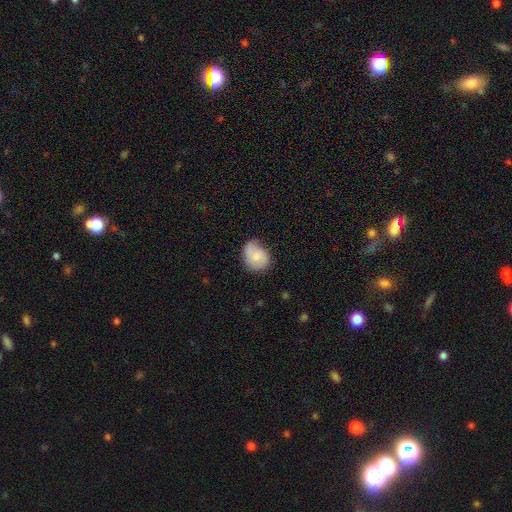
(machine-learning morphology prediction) Smooth or featured?
  - smooth: 71% *
  - featured or disk: 22%
  - star or artifact: 7%
How rounded?
  - in between: 50% *
  - round: 49%
  - cigar-shaped: 1%
Merging?
  - none: 51% *
  - minor disturbance: 36%
  - major disturbance: 11%
  - merger: 2%